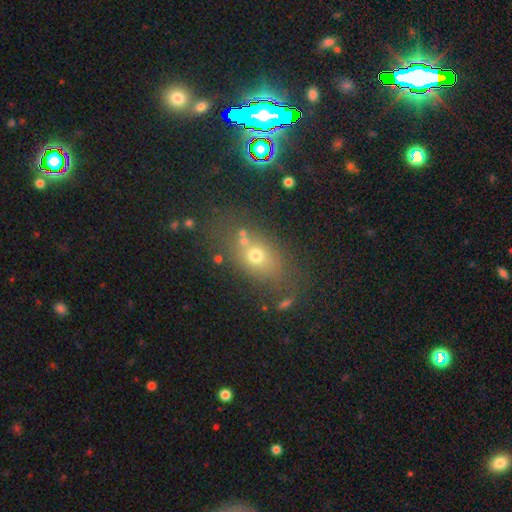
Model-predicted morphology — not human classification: The model was most divided on "how rounded": in between: 62%, round: 33%, cigar-shaped: 5%. More confident: merging — none (67%); smooth or featured — smooth (64%).